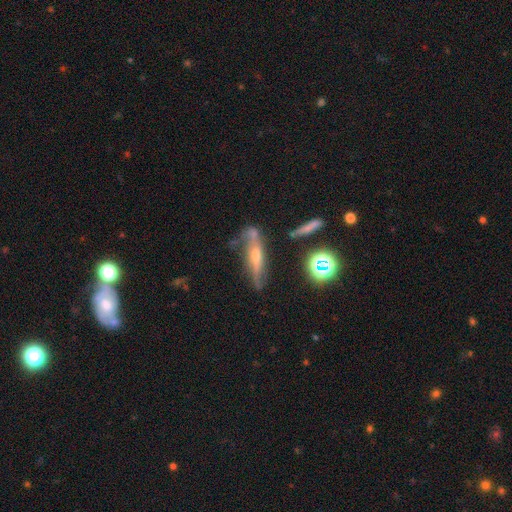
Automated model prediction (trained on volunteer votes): A featured or disk galaxy (58%) viewed edge-on (70%). Merging: none (51%).